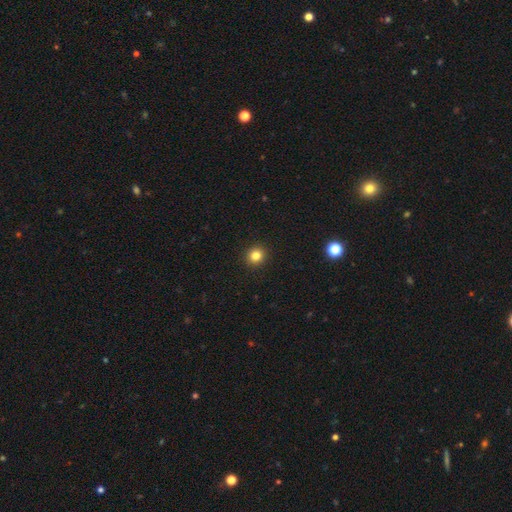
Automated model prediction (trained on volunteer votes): Smooth or featured? Predicted: smooth (p=0.82). How rounded? Predicted: round (p=0.92). Merging? Predicted: none (p=0.93).